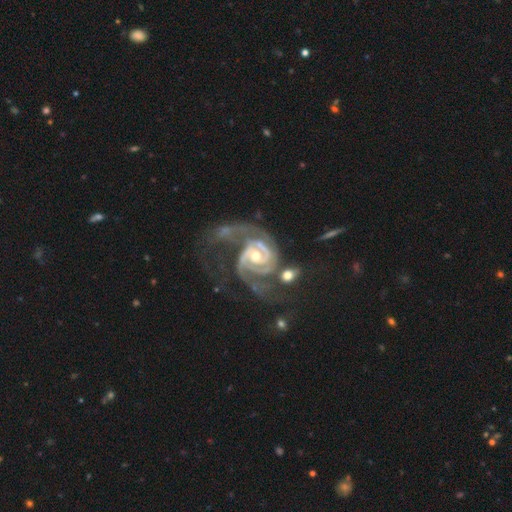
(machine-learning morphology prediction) smooth-or-featured: featured or disk: 93% | star or artifact: 4% | smooth: 3%
  disk-edge-on: no: 98% | yes: 2%
    bar: no: 48% | weak: 35% | strong: 17%
    has-spiral-arms: yes: 98% | no: 2%
      spiral-winding: tight: 52% | medium: 39% | loose: 9%
      spiral-arm-count: 2: 65% | 3: 16% | can't tell: 7% | 1: 4% | 4: 4% | more than 4: 4%
    bulge-size: moderate: 61% | small: 33% | large: 4% | none: 1% | dominant: 1%
  merging: major disturbance: 35% | none: 34% | minor disturbance: 19% | merger: 12%